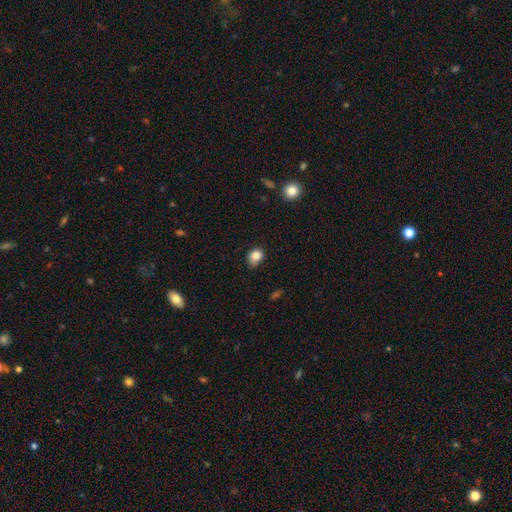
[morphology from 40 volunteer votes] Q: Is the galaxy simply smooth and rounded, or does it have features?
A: smooth — 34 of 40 (85%).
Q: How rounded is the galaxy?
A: in between — 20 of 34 (59%).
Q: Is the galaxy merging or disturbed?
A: none — 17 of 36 (47%, tied with minor disturbance).